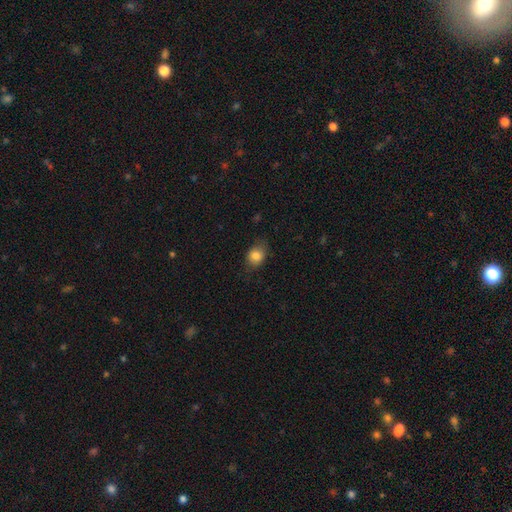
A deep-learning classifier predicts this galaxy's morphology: smooth-or-featured: smooth: 83% | star or artifact: 9% | featured or disk: 7%
  how-rounded: in between: 60% | round: 39% | cigar-shaped: 1%
  merging: none: 74% | minor disturbance: 20% | major disturbance: 5% | merger: 1%